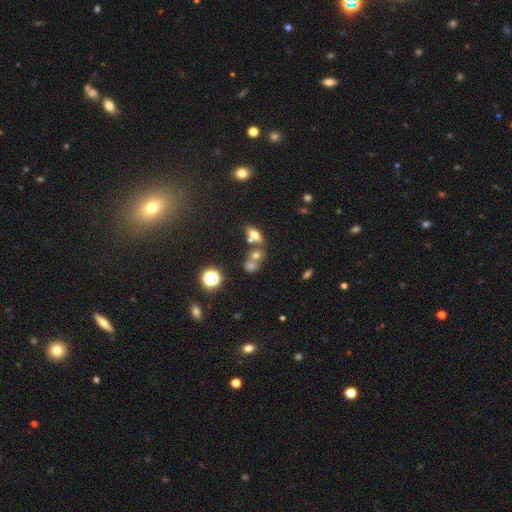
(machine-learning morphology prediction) This is possibly a smooth galaxy (59%). How rounded: possibly in between (49%). Merging: possibly merger (48%).